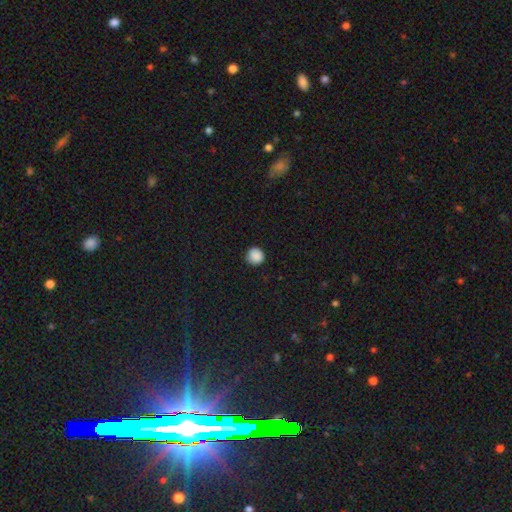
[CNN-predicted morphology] Smooth or featured: smooth — 88% (star or artifact — 10%)
How rounded: round — 94% (in between — 5%)
Merging: none — 89% (minor disturbance — 8%)